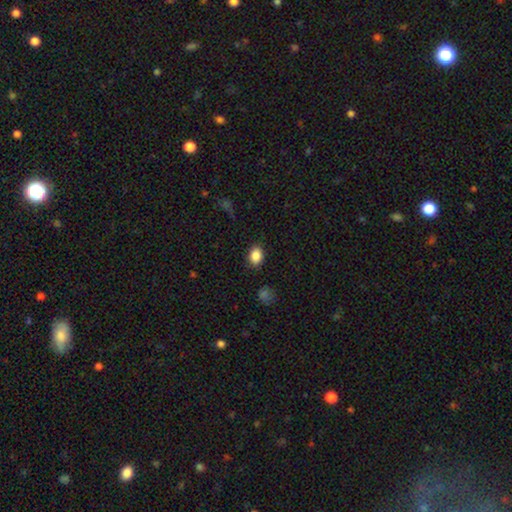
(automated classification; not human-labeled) smooth-or-featured: smooth: 87% | star or artifact: 9% | featured or disk: 4%
  how-rounded: in between: 72% | round: 27% | cigar-shaped: 1%
  merging: none: 86% | minor disturbance: 10% | major disturbance: 3% | merger: 1%